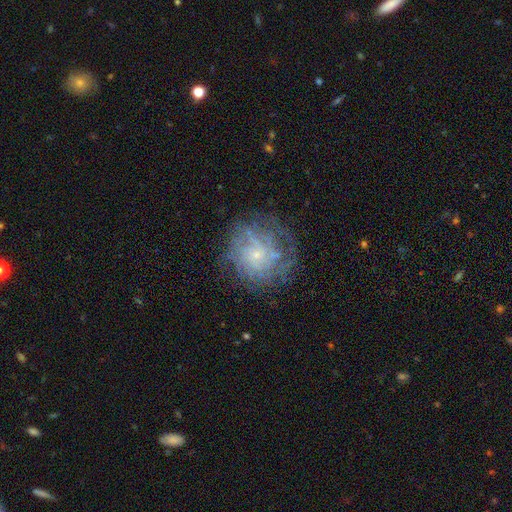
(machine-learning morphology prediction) Smooth or featured: featured or disk — 59% (smooth — 22%)
Edge-on disk: no — 97% (yes — 3%)
Bar: no — 79% (weak — 17%)
Spiral arms: yes — 81% (no — 19%)
Bulge size: small — 74% (moderate — 17%)
Merging: none — 76% (minor disturbance — 14%)